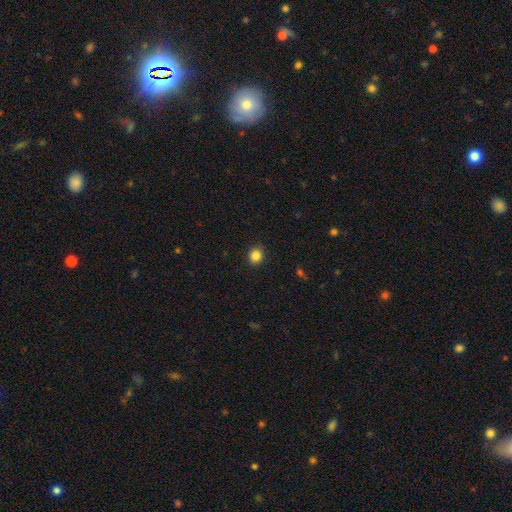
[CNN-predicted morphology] This appears to be a smooth galaxy with no disk features (85%) that is round (79%). Merging: none (91%).